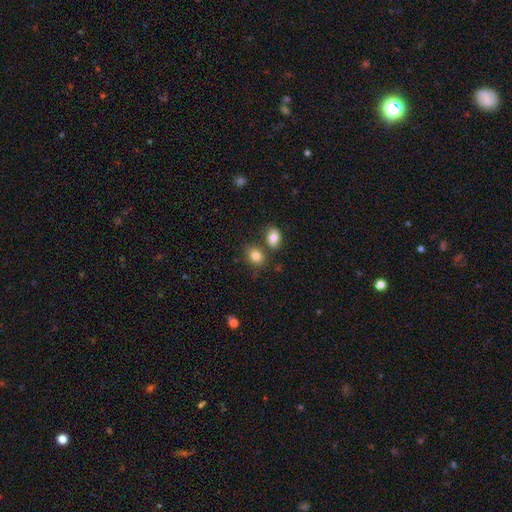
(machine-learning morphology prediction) type=smooth (82%); roundness=in between (56%); merging=none (64%).